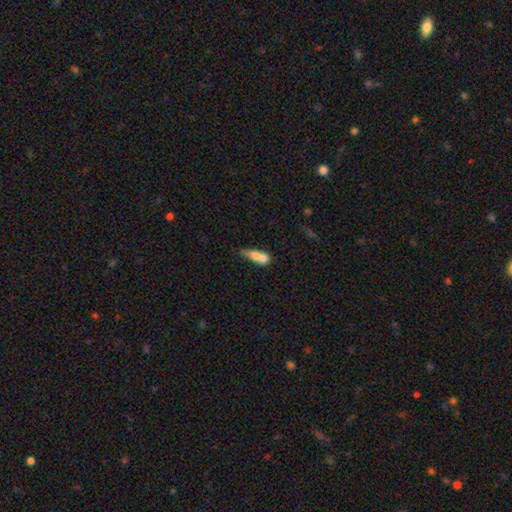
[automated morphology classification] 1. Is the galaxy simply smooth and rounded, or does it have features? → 62% smooth, 29% featured or disk, 9% star or artifact.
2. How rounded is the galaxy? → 48% in between, 41% cigar-shaped, 11% round.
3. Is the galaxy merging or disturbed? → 56% merger, 23% none, 13% minor disturbance, 8% major disturbance.